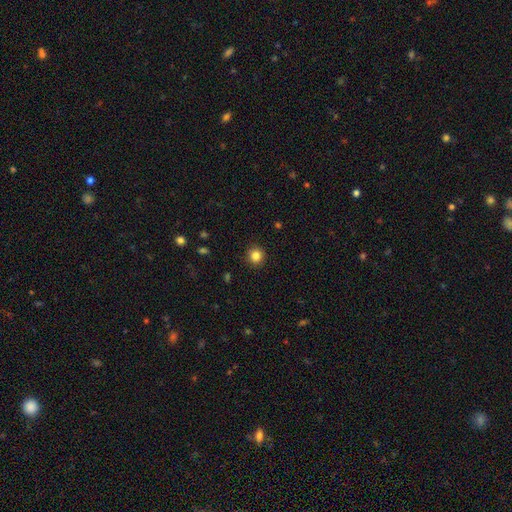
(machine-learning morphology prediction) The model was most divided on "smooth or featured": smooth: 84%, star or artifact: 11%, featured or disk: 5%. More confident: how rounded — round (93%); merging — none (91%).